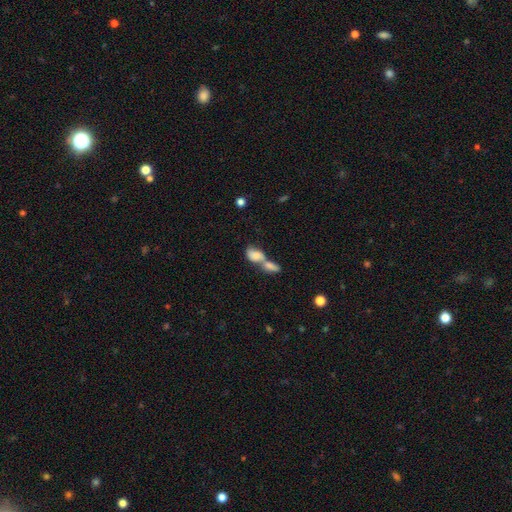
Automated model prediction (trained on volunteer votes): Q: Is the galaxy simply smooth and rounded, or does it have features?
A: smooth — 75%.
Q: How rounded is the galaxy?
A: in between — 83%.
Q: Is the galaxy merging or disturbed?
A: merger — 77%.